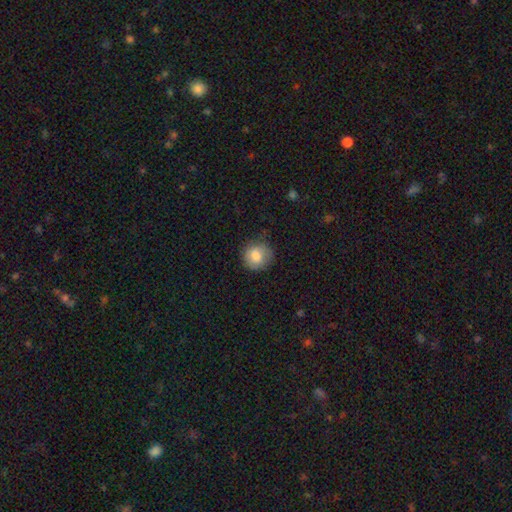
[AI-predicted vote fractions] Q: Smooth or featured?
A: smooth (83%); runner-up: featured or disk (9%)
Q: How rounded?
A: round (88%); runner-up: in between (11%)
Q: Merging?
A: none (77%); runner-up: minor disturbance (18%)